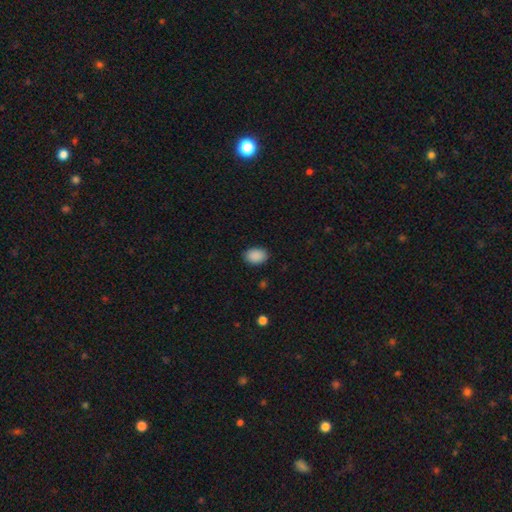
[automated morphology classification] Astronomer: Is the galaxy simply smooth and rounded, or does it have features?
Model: smooth — 90%.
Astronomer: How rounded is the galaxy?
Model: in between — 80%.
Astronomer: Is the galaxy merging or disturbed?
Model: none — 88%.